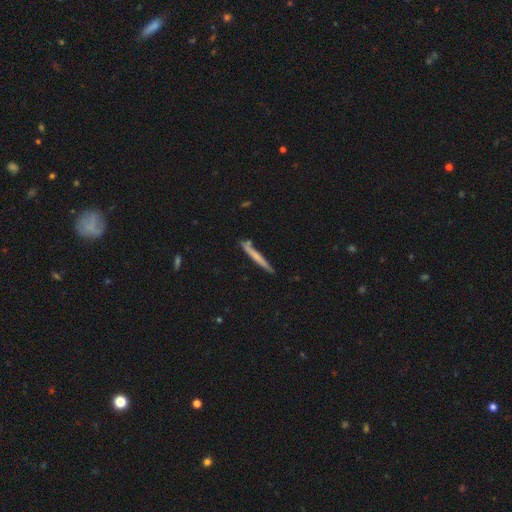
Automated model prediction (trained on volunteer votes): A smooth galaxy with no disk features (57%) that is cigar-shaped (96%).

Vote fractions:
- Smooth or featured? smooth: 57% / featured or disk: 37% / star or artifact: 6%
- How rounded? cigar-shaped: 96% / in between: 2% / round: 1%
- Merging? none: 83% / minor disturbance: 11% / merger: 4% / major disturbance: 2%